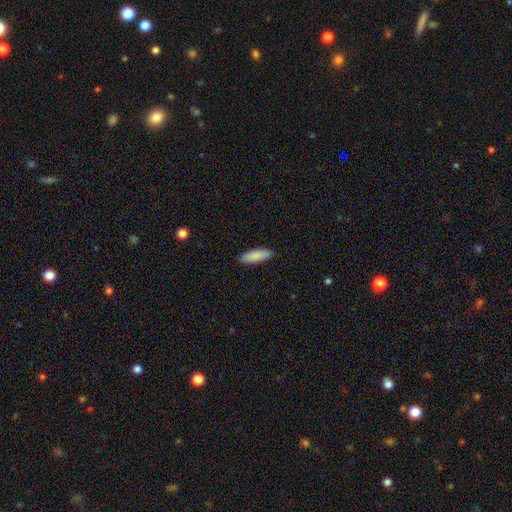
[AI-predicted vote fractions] Q: Smooth or featured?
A: smooth (88%); runner-up: featured or disk (6%)
Q: How rounded?
A: cigar-shaped (52%); runner-up: in between (47%)
Q: Merging?
A: none (88%); runner-up: minor disturbance (9%)